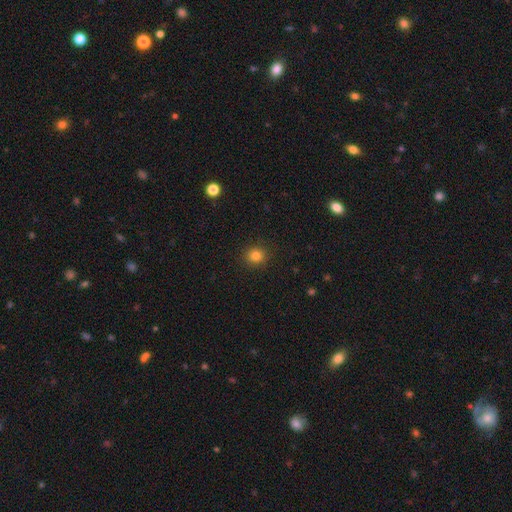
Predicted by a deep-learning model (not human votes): Smooth or featured: smooth — 82% (star or artifact — 13%)
How rounded: round — 88% (in between — 11%)
Merging: none — 91% (minor disturbance — 6%)